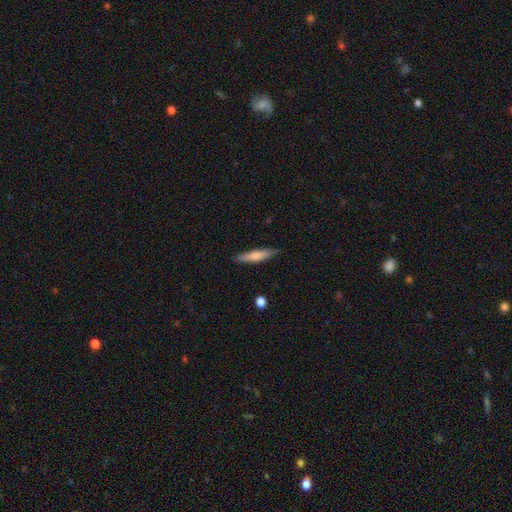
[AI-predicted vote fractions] Smooth or featured? Predicted: smooth (p=0.69). How rounded? Predicted: cigar-shaped (p=0.85). Merging? Predicted: none (p=0.86).